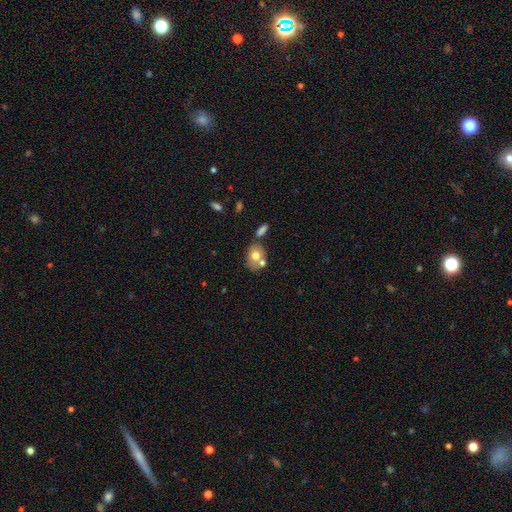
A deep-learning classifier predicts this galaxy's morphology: Smooth or featured: smooth — 66% (featured or disk — 25%)
How rounded: in between — 60% (round — 38%)
Merging: none — 47% (merger — 34%)